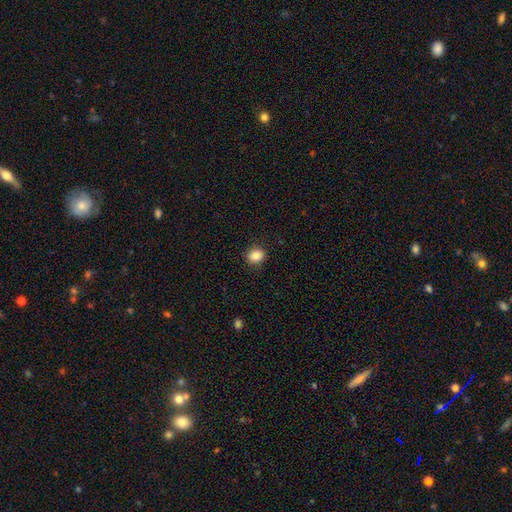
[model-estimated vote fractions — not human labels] Smooth or featured: smooth — 86% (star or artifact — 10%)
How rounded: round — 57% (in between — 42%)
Merging: none — 89% (minor disturbance — 8%)